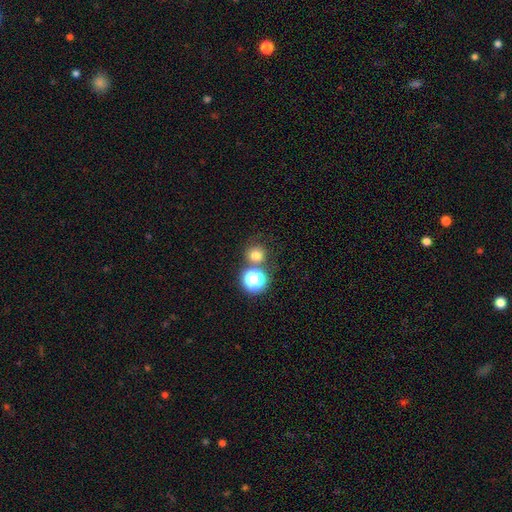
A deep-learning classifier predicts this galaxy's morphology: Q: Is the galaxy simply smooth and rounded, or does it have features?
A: smooth — 73%.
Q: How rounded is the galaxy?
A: round — 92%.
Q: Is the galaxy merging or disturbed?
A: none — 69%.